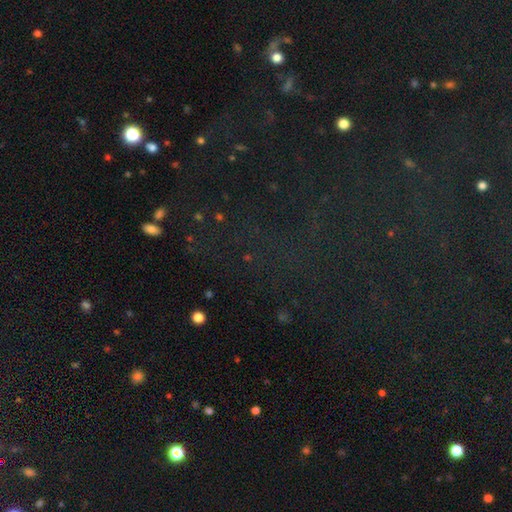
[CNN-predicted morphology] smooth_or_featured: star or artifact (p=0.74) [alt: smooth p=0.17]